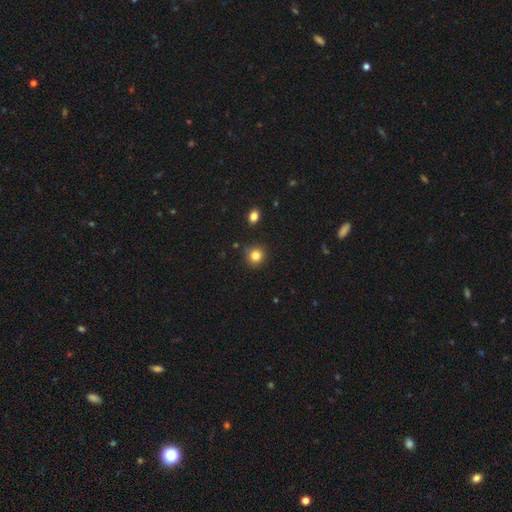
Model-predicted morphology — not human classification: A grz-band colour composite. It shows a smooth galaxy with no disk features (83%) that is round (88%). Merging: none (87%).